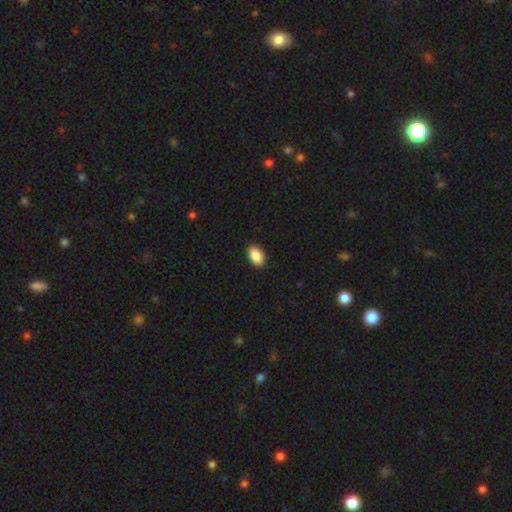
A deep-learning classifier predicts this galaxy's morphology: The model was most divided on "smooth or featured": smooth: 89%, star or artifact: 7%, featured or disk: 4%. More confident: how rounded — in between (92%); merging — none (90%).